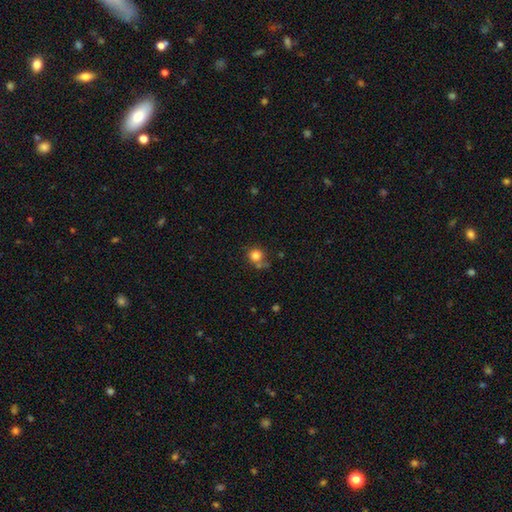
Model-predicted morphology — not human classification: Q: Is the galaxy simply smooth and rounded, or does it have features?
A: smooth — 81%.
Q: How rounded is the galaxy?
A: round — 87%.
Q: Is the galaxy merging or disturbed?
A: none — 58%.